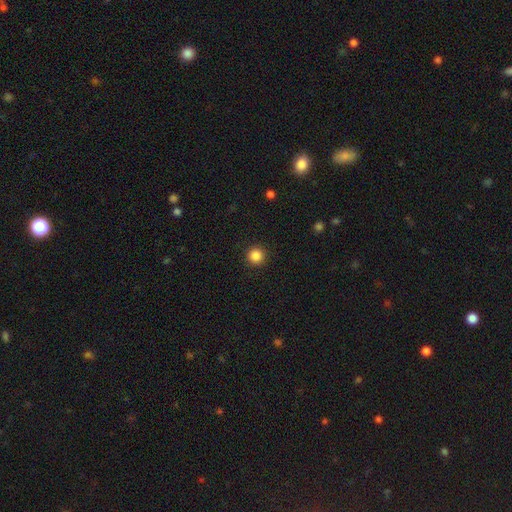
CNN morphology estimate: A smooth galaxy with no disk features (86%) that is round (96%). Merging: none (93%).